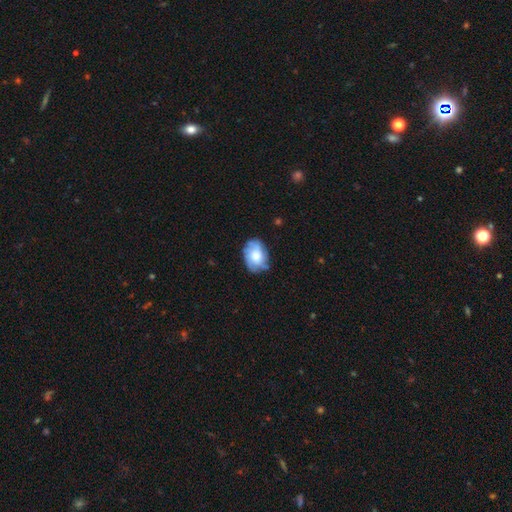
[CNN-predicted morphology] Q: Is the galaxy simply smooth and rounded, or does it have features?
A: featured or disk — 52%.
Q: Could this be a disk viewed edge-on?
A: no — 96%.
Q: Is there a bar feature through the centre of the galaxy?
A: no — 80%.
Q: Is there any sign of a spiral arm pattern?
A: yes — 80%.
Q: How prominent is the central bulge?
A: moderate — 54%.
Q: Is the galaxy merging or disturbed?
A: none — 68%.